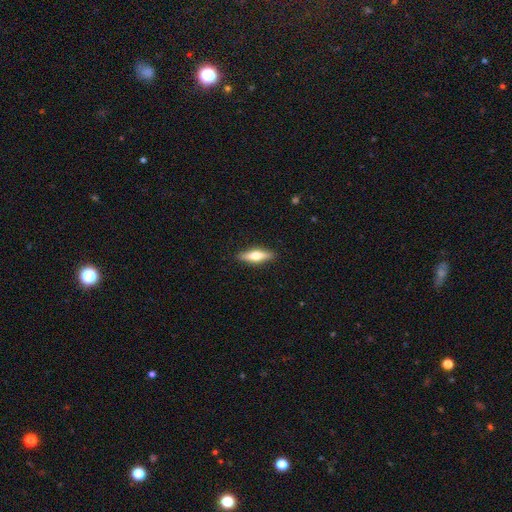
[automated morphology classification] A smooth galaxy with no disk features (51%) that is cigar-shaped (62%).

Vote fractions:
- Smooth or featured? smooth: 51% / featured or disk: 43% / star or artifact: 6%
- How rounded? cigar-shaped: 62% / in between: 35% / round: 2%
- Merging? none: 90% / minor disturbance: 8% / major disturbance: 2% / merger: 1%